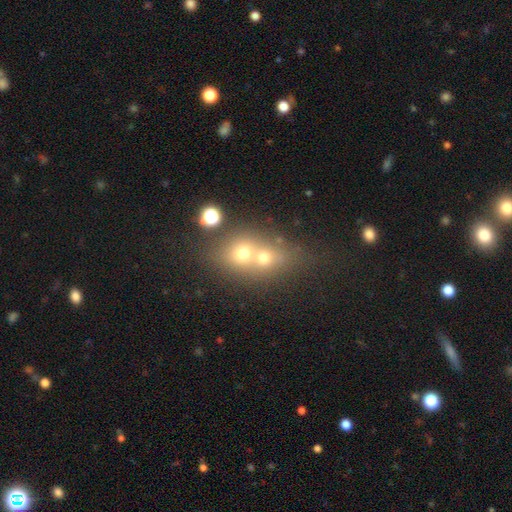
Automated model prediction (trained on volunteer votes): Smooth or featured?
  - smooth: 54% *
  - featured or disk: 29%
  - star or artifact: 17%
How rounded?
  - round: 53% *
  - in between: 41%
  - cigar-shaped: 6%
Merging?
  - merger: 68% *
  - none: 22%
  - minor disturbance: 6%
  - major disturbance: 4%